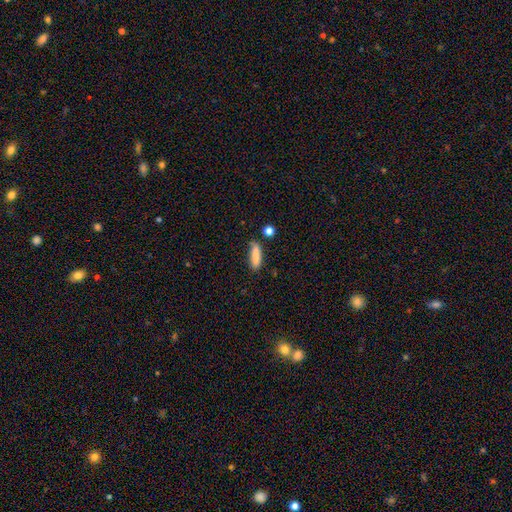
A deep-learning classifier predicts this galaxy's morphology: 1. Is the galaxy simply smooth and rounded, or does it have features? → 86% smooth, 7% star or artifact, 7% featured or disk.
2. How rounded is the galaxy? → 62% cigar-shaped, 36% in between, 2% round.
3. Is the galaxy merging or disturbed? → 75% none, 17% minor disturbance, 4% merger, 4% major disturbance.